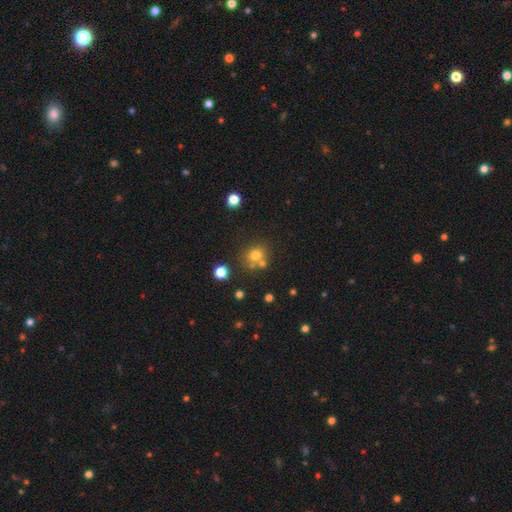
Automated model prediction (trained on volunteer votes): A smooth galaxy with no disk features (72%) that is round (75%). Merging: none (59%).